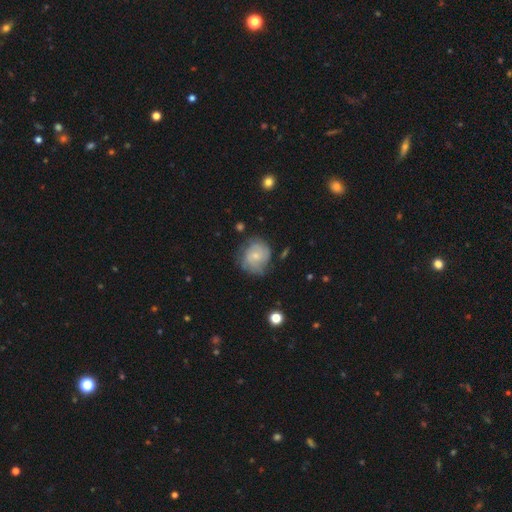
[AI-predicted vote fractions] Smooth or featured? featured or disk (55%)
Edge-on disk? no (97%)
Bar? no (76%)
Spiral arms? yes (80%)
Bulge size? small (71%)
Merging? none (64%)